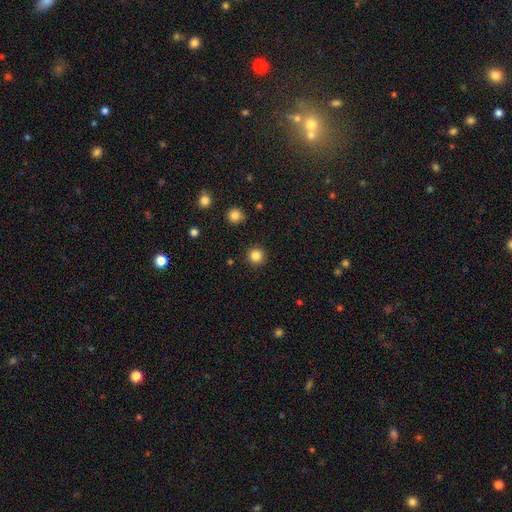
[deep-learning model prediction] Smooth or featured: smooth — 84% (star or artifact — 12%)
How rounded: round — 95% (in between — 4%)
Merging: none — 92% (minor disturbance — 5%)